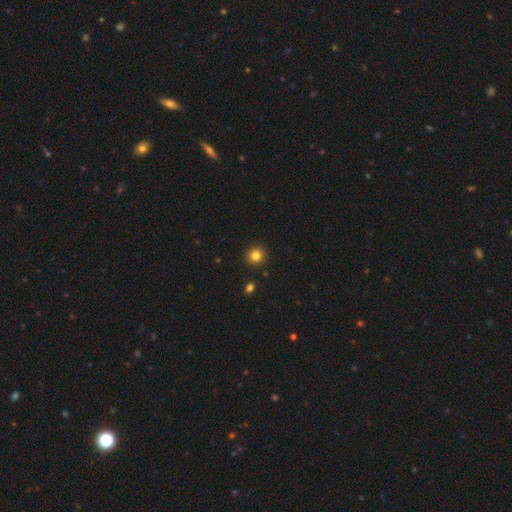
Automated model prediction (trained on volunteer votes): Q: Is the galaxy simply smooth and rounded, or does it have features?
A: smooth — 83%.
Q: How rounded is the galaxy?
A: round — 91%.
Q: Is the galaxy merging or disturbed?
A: none — 92%.